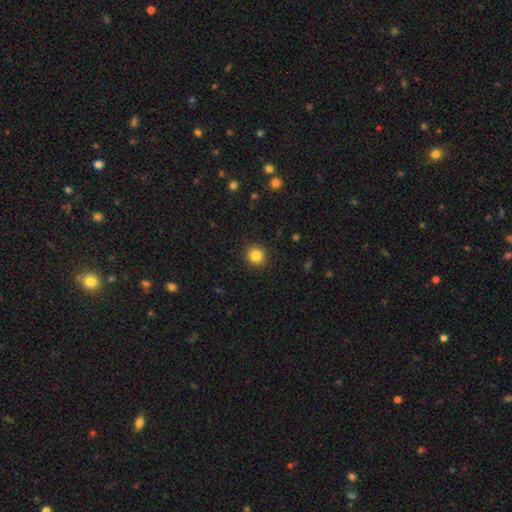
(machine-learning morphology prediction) A smooth galaxy with no disk features (85%) that is round (90%). Merging: none (91%).